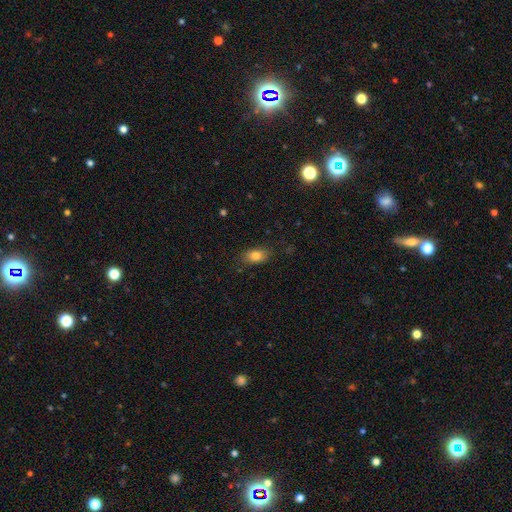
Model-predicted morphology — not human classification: Smooth or featured? smooth (81%)
How rounded? in between (84%)
Merging? none (83%)